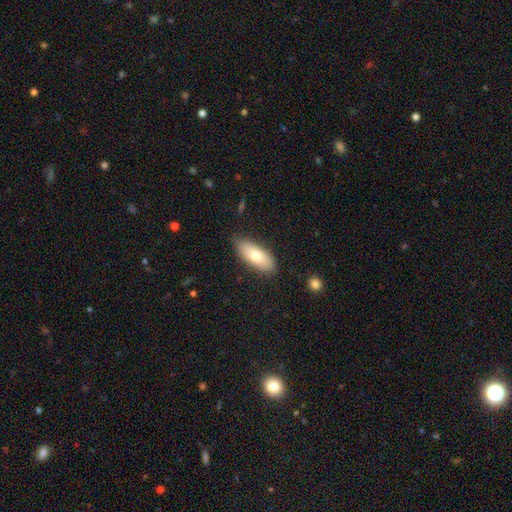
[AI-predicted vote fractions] Smooth or featured? Predicted: smooth (p=0.75). How rounded? Predicted: in between (p=0.83). Merging? Predicted: none (p=0.82).